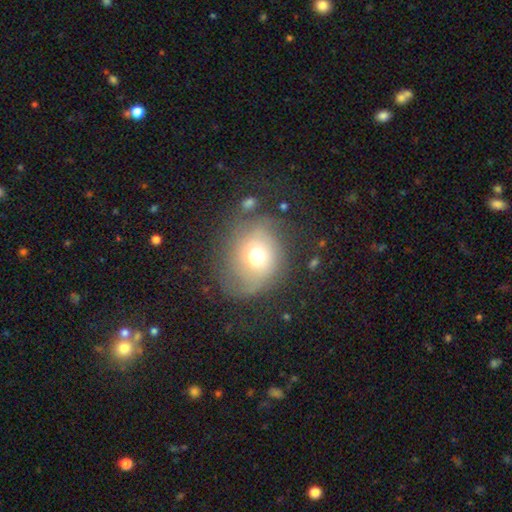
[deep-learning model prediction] Smooth or featured?
  - smooth: 58% *
  - featured or disk: 27%
  - star or artifact: 15%
How rounded?
  - round: 69% *
  - in between: 30%
  - cigar-shaped: 1%
Merging?
  - none: 58% *
  - minor disturbance: 20%
  - major disturbance: 18%
  - merger: 4%